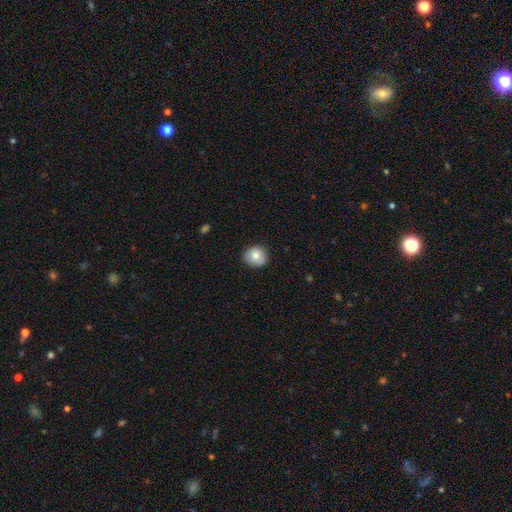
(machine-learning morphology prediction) Q: Smooth or featured?
A: smooth (82%); runner-up: featured or disk (10%)
Q: How rounded?
A: round (86%); runner-up: in between (13%)
Q: Merging?
A: none (86%); runner-up: minor disturbance (11%)